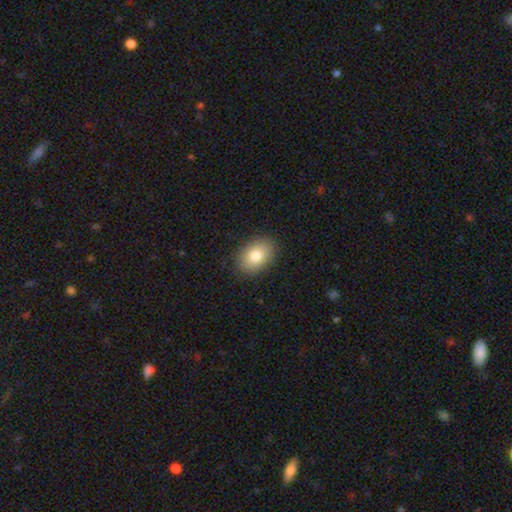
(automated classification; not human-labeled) Overall: smooth (82%). How rounded: in between (82%). Merging: none (88%).